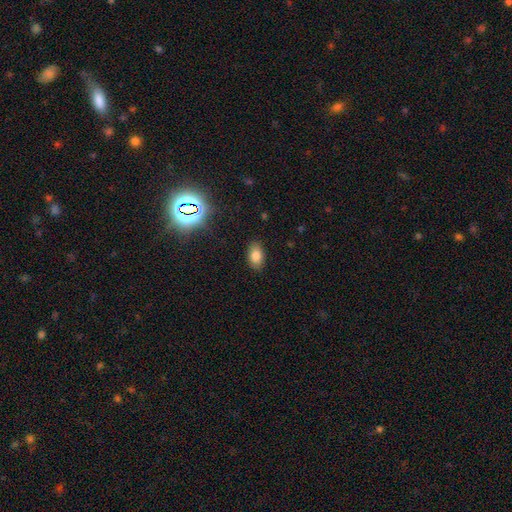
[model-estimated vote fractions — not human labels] Smooth or featured? Predicted: smooth (p=0.80). How rounded? Predicted: in between (p=0.89). Merging? Predicted: none (p=0.85).